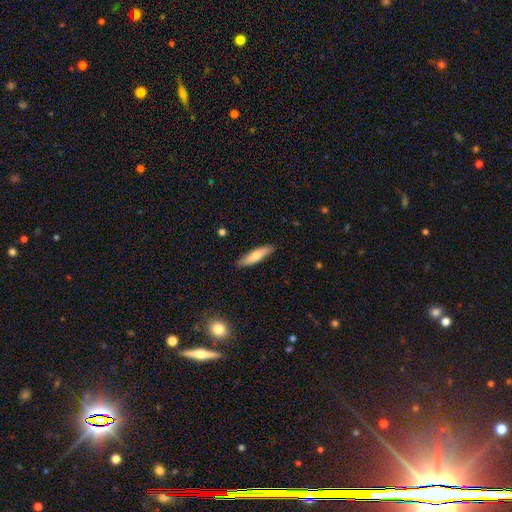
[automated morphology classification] smooth-or-featured: smooth: 69% | featured or disk: 25% | star or artifact: 6%
  how-rounded: cigar-shaped: 74% | in between: 25% | round: 2%
  merging: none: 88% | minor disturbance: 9% | major disturbance: 2% | merger: 1%